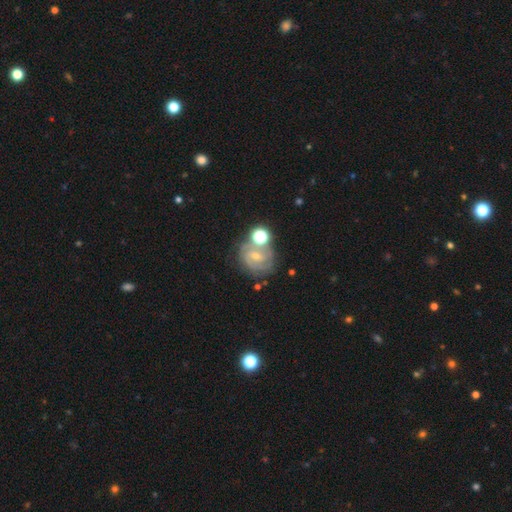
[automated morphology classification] A featured or disk galaxy (81%) with a weak bar (50%), 2 (64%) tight (61%) spiral arms (96%) and a small central bulge (63%).

Vote fractions:
- Smooth or featured? featured or disk: 81% / smooth: 11% / star or artifact: 9%
- Edge-on disk? no: 98% / yes: 2%
- Bar? weak: 50% / no: 33% / strong: 18%
- Spiral arms? yes: 96% / no: 4%
- Spiral winding? tight: 61% / medium: 33% / loose: 6%
- Spiral arm count? 2: 64% / 3: 14% / can't tell: 13% / 1: 3% / 4: 3% / more than 4: 2%
- Bulge size? small: 63% / moderate: 30% / none: 4% / large: 2% / dominant: 1%
- Merging? none: 62% / minor disturbance: 16% / merger: 15% / major disturbance: 7%